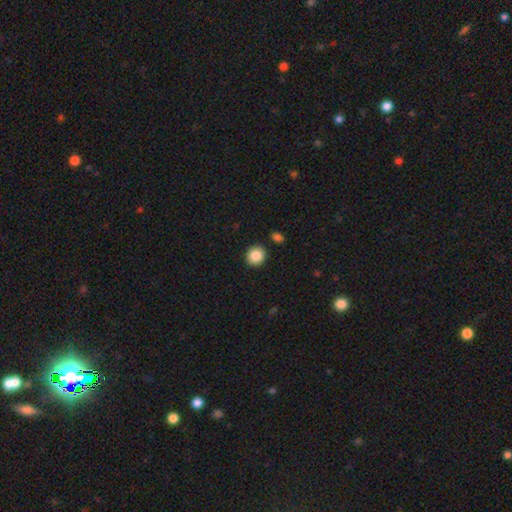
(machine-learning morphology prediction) The model was most divided on "how rounded": round: 85%, in between: 15%, cigar-shaped: 1%. More confident: merging — none (90%); smooth or featured — smooth (87%).